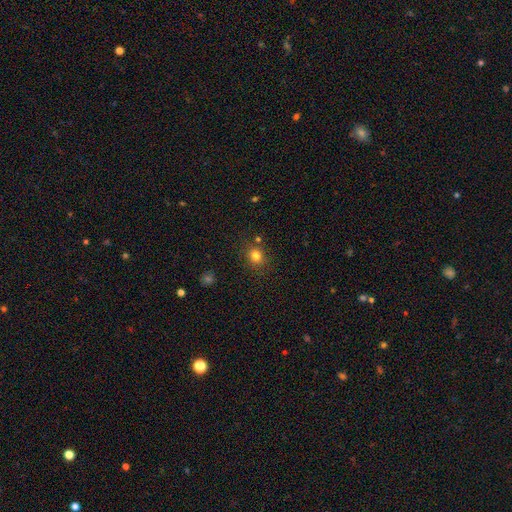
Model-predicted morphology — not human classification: Q: Smooth or featured?
A: smooth (80%); runner-up: star or artifact (14%)
Q: How rounded?
A: round (74%); runner-up: in between (25%)
Q: Merging?
A: none (80%); runner-up: minor disturbance (11%)